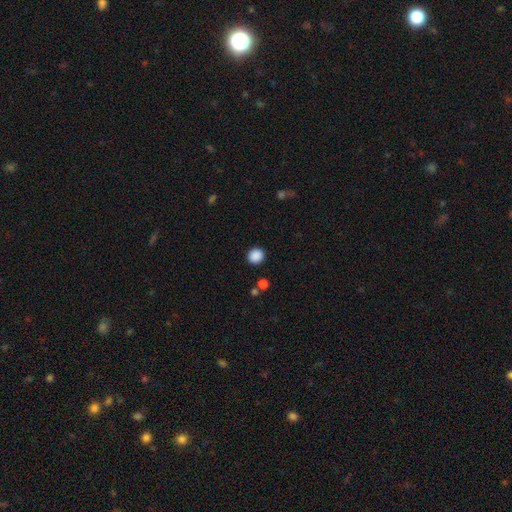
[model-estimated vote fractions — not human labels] smooth-or-featured: smooth: 88% | star or artifact: 10% | featured or disk: 3%
  how-rounded: round: 90% | in between: 9% | cigar-shaped: 1%
  merging: none: 90% | minor disturbance: 6% | major disturbance: 2% | merger: 2%